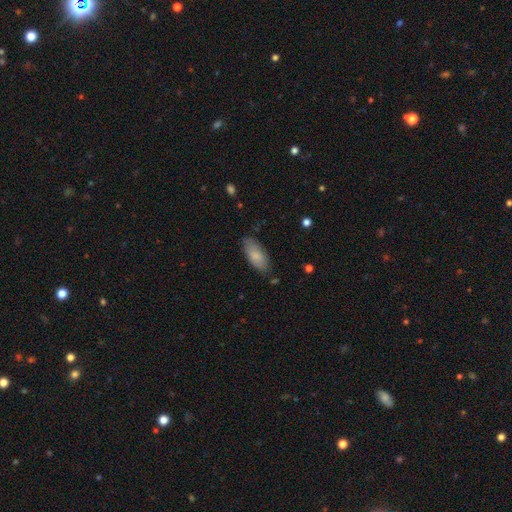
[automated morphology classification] The model was most divided on "merging": none: 79%, minor disturbance: 16%, major disturbance: 3%, merger: 2%. More confident: how rounded — in between (84%); smooth or featured — smooth (84%).